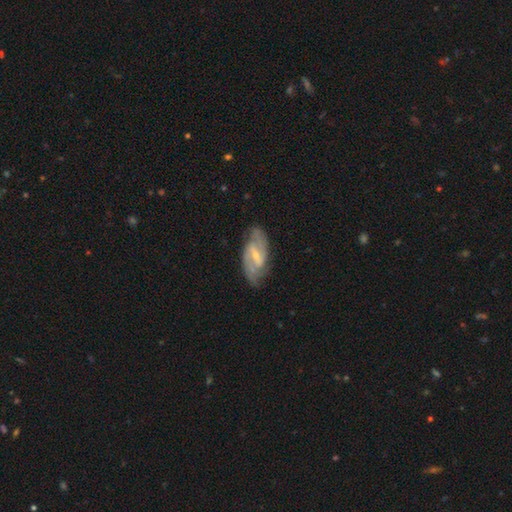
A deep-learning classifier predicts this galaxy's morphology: This is clearly a featured or disk galaxy (84%). It is clearly not viewed edge-on (94%). Bar: possibly weak (48%). Spiral arm pattern: clearly yes (94%). Spiral arm count: clearly 2 (83%). Spiral winding: possibly medium (51%). Central bulge: likely small (63%). Merging: likely none (78%).